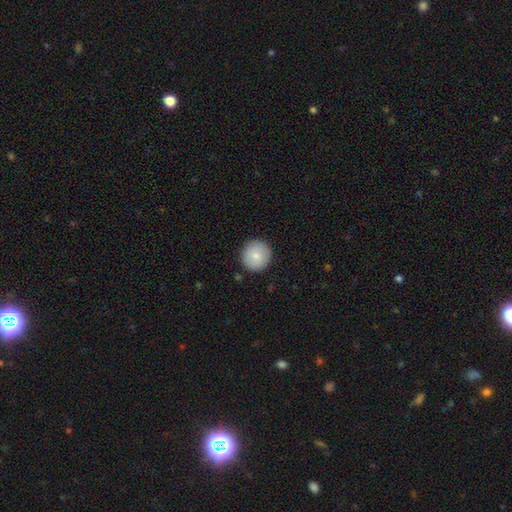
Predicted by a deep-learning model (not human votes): Smooth or featured: smooth — 84% (featured or disk — 9%)
How rounded: round — 95% (in between — 4%)
Merging: none — 91% (minor disturbance — 6%)